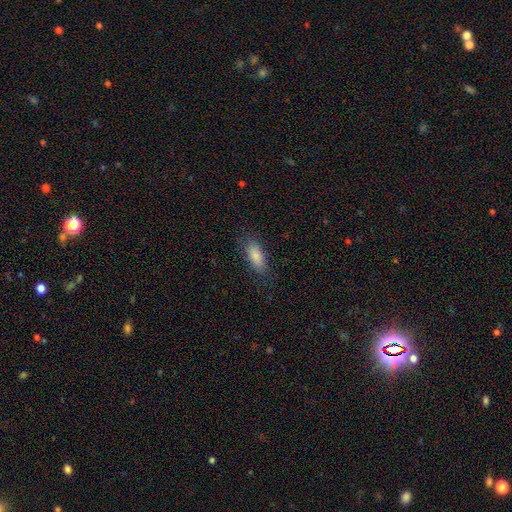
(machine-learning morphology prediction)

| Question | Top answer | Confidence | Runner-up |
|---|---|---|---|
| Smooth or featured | smooth | 85% | featured or disk (9%) |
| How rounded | in between | 79% | cigar-shaped (19%) |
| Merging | none | 78% | minor disturbance (16%) |